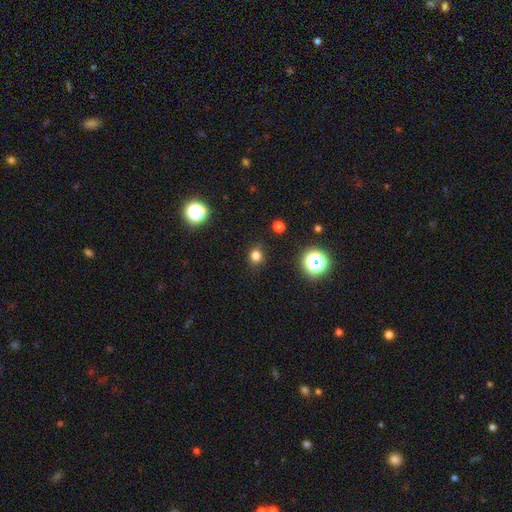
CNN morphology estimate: Smooth or featured: smooth — 77% (star or artifact — 18%)
How rounded: round — 75% (in between — 23%)
Merging: none — 86% (minor disturbance — 9%)